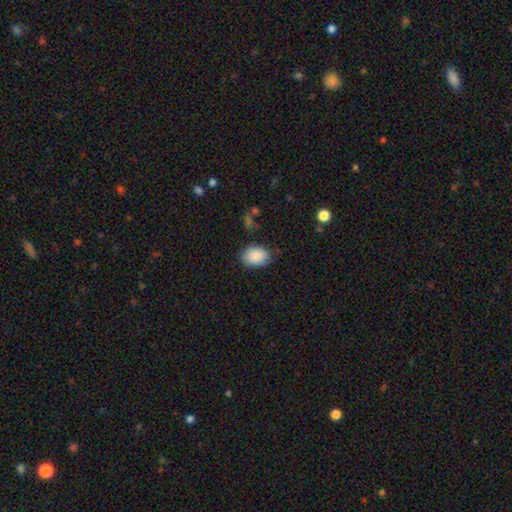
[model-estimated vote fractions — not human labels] Smooth or featured: smooth — 89% (star or artifact — 7%)
How rounded: in between — 74% (round — 25%)
Merging: none — 79% (minor disturbance — 16%)